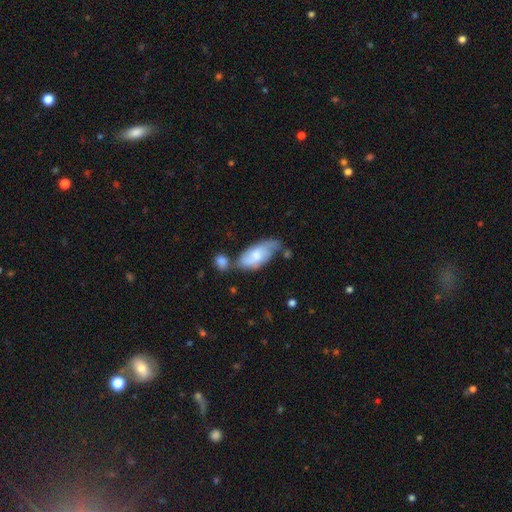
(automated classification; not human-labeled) smooth_or_featured: smooth (p=0.60) [alt: featured or disk p=0.34]
how_rounded: in between (p=0.88) [alt: cigar-shaped p=0.10]
merging: none (p=0.37) [alt: minor disturbance p=0.28]